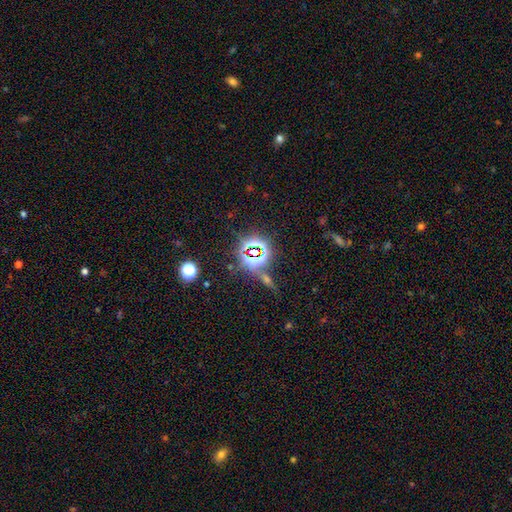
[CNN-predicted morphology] This appears to be a star or artifact, not a galaxy (73%).